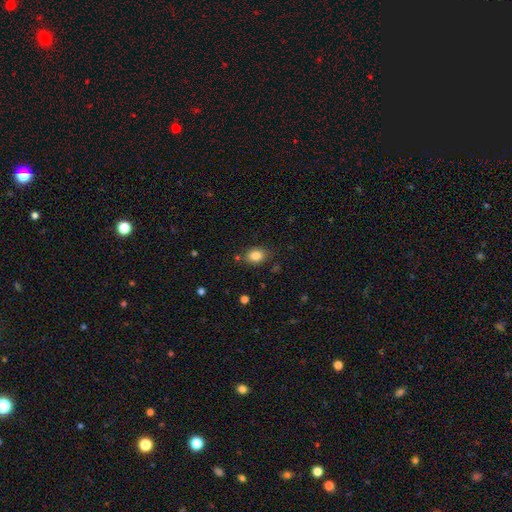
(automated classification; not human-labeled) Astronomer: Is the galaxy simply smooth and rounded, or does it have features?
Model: smooth — 84%.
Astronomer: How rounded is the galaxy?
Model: in between — 72%.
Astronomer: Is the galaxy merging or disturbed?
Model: none — 80%.